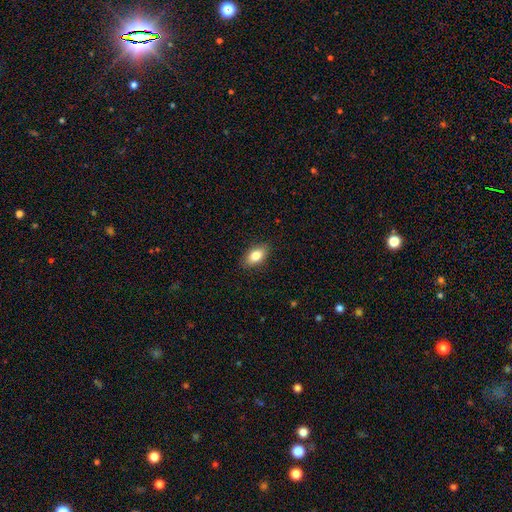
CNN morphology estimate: Smooth or featured?
  - smooth: 82% *
  - featured or disk: 11%
  - star or artifact: 7%
How rounded?
  - in between: 90% *
  - round: 6%
  - cigar-shaped: 4%
Merging?
  - none: 88% *
  - minor disturbance: 9%
  - major disturbance: 2%
  - merger: 1%